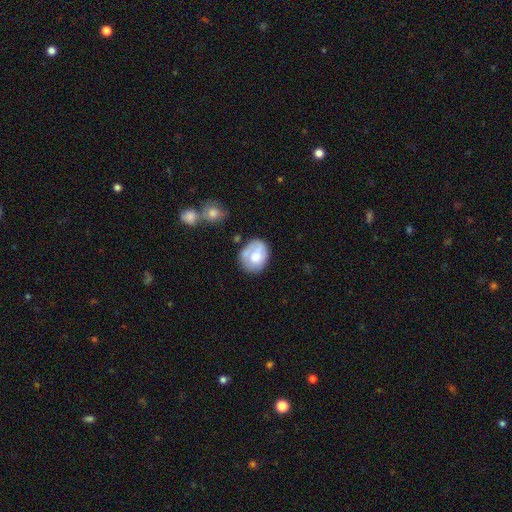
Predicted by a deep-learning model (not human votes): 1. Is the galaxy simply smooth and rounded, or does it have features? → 64% smooth, 28% featured or disk, 8% star or artifact.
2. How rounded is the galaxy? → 59% round, 41% in between, 1% cigar-shaped.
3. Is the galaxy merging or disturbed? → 52% none, 26% minor disturbance, 11% major disturbance, 10% merger.